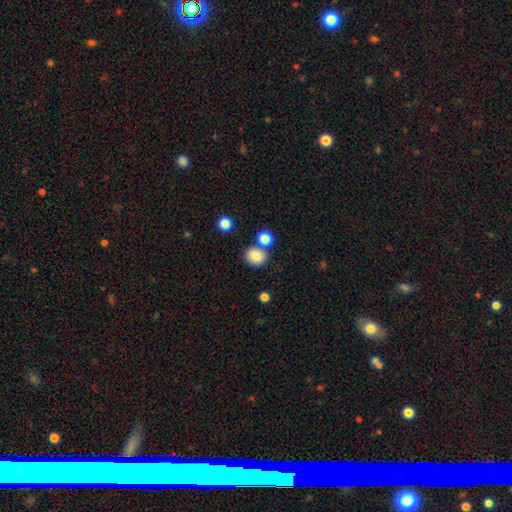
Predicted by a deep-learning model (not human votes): This appears to be a smooth galaxy with no disk features (82%) that is round (78%). Merging: none (71%).